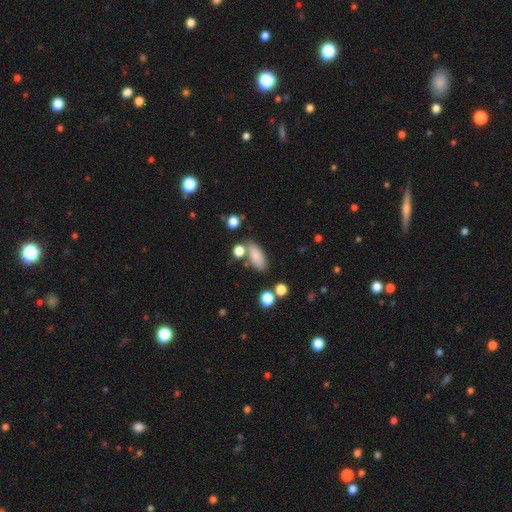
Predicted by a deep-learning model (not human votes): smooth-or-featured: smooth: 81% | featured or disk: 10% | star or artifact: 9%
  how-rounded: in between: 85% | cigar-shaped: 10% | round: 4%
  merging: none: 63% | minor disturbance: 16% | merger: 15% | major disturbance: 6%